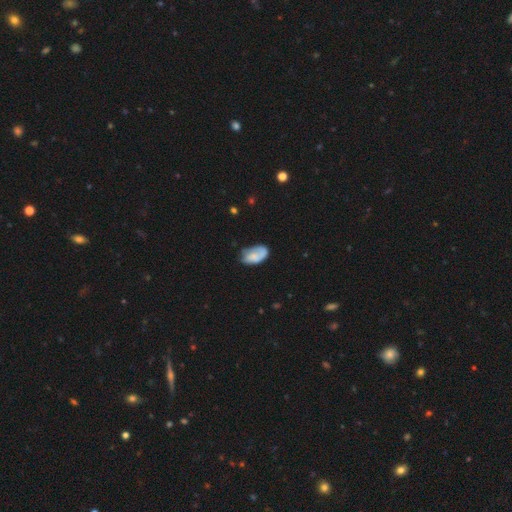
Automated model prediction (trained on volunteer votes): Smooth or featured?
  - smooth: 62% *
  - featured or disk: 31%
  - star or artifact: 7%
How rounded?
  - in between: 92% *
  - round: 6%
  - cigar-shaped: 2%
Merging?
  - none: 50% *
  - minor disturbance: 32%
  - major disturbance: 15%
  - merger: 3%